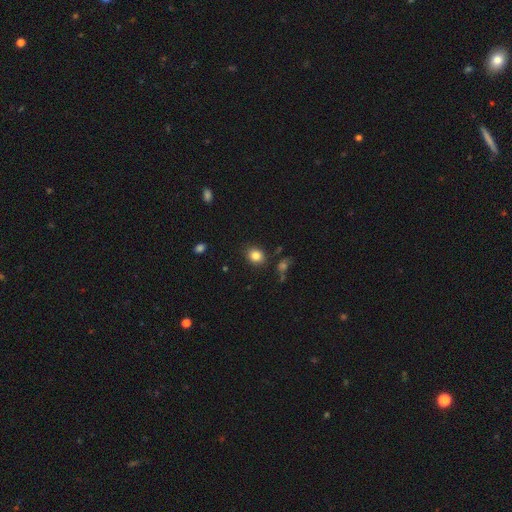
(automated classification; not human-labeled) Overall: smooth (84%). How rounded: round (59%; in between 40%). Merging: none (83%).